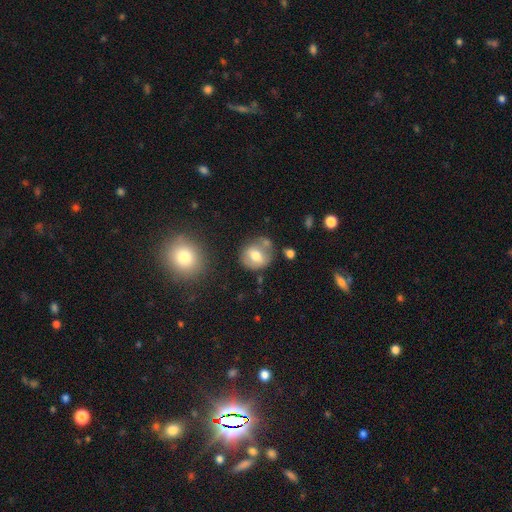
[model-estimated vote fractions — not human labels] A smooth galaxy with no disk features (59%) that is round (70%). Merging: none (62%).